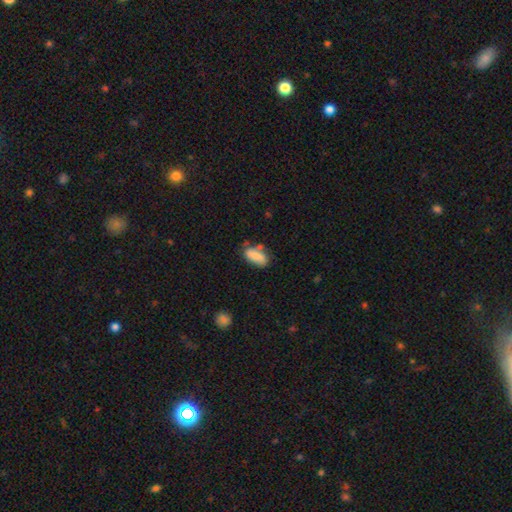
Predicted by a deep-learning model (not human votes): smooth 79%, featured or disk 13%, star or artifact 7%. Down the decision tree: how rounded — in between (85%); merging — none (58%).